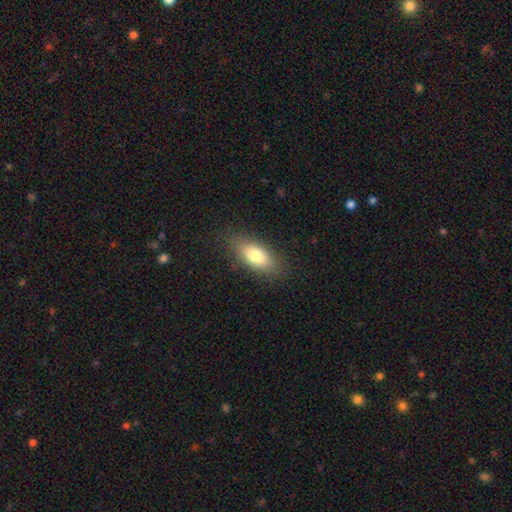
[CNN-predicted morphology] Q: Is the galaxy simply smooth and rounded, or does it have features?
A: smooth — 78%.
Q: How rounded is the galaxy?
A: in between — 82%.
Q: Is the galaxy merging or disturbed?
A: none — 85%.